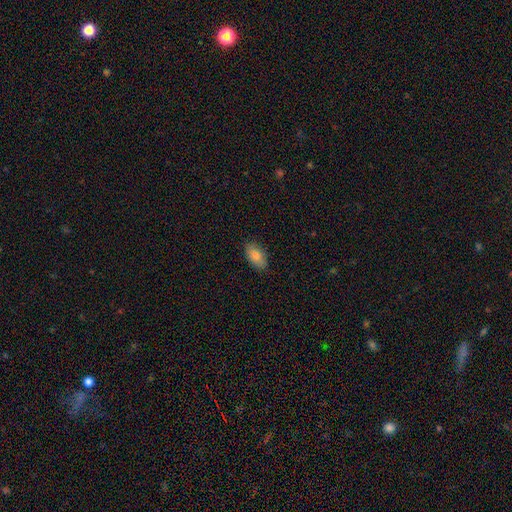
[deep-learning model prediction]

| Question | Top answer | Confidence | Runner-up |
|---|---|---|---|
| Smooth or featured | smooth | 85% | featured or disk (8%) |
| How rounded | in between | 93% | round (4%) |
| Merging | none | 85% | minor disturbance (11%) |